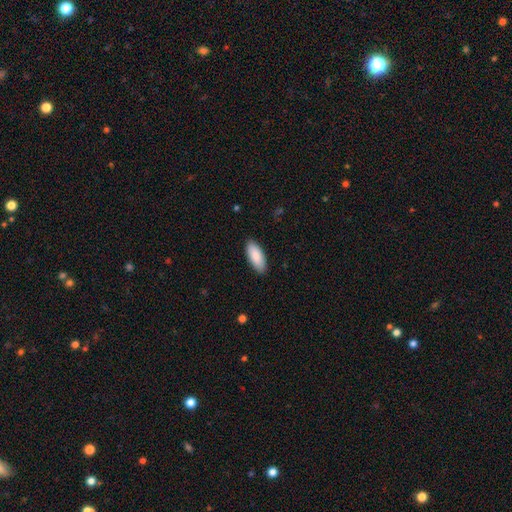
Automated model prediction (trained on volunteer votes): Smooth or featured? smooth (88%)
How rounded? in between (86%)
Merging? none (89%)